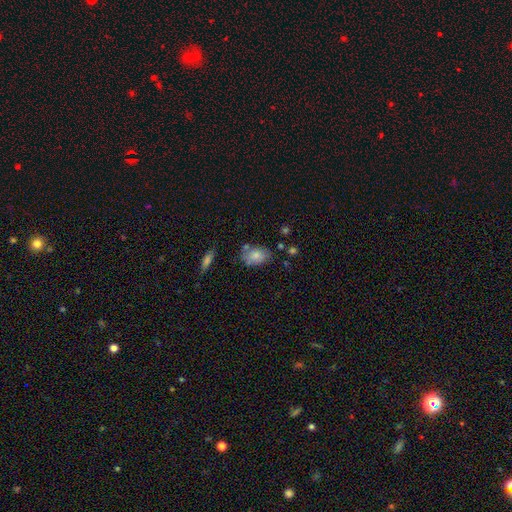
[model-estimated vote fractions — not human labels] smooth 78%, featured or disk 14%, star or artifact 8%. Down the decision tree: how rounded — in between (84%); merging — none (62%).